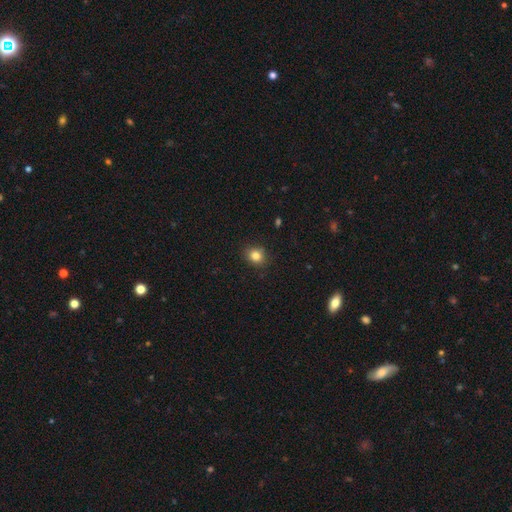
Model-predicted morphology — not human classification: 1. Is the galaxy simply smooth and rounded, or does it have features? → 83% smooth, 12% star or artifact, 6% featured or disk.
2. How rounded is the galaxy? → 73% round, 26% in between, 1% cigar-shaped.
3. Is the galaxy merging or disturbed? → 87% none, 10% minor disturbance, 2% major disturbance, 1% merger.